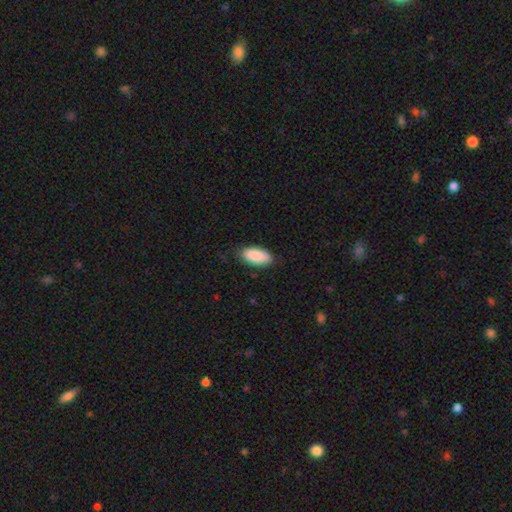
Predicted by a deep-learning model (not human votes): A smooth galaxy with no disk features (89%) that is in between round and cigar-shaped (92%).

Vote fractions:
- Smooth or featured? smooth: 89% / star or artifact: 6% / featured or disk: 5%
- How rounded? in between: 92% / cigar-shaped: 6% / round: 2%
- Merging? none: 82% / minor disturbance: 14% / major disturbance: 3% / merger: 1%